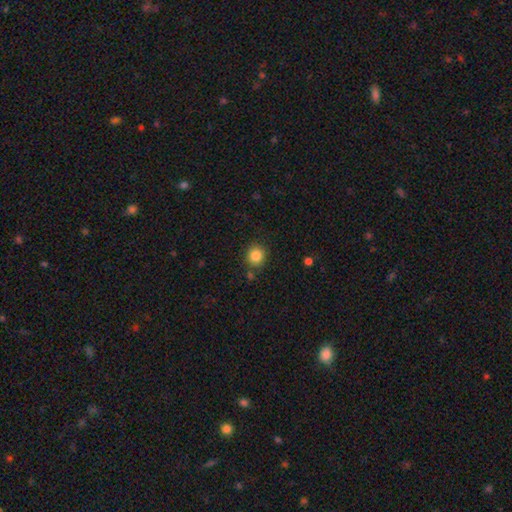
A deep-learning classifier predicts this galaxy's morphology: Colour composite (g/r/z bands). It shows a smooth galaxy with no disk features (84%) that is round (88%). Merging: none (83%).